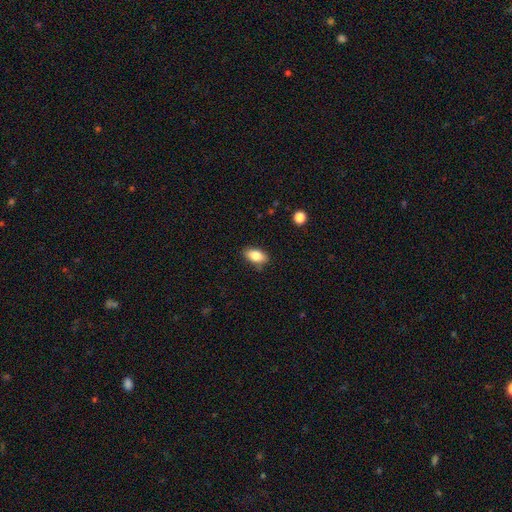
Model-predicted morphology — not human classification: Smooth or featured? smooth (83%)
How rounded? in between (91%)
Merging? none (85%)